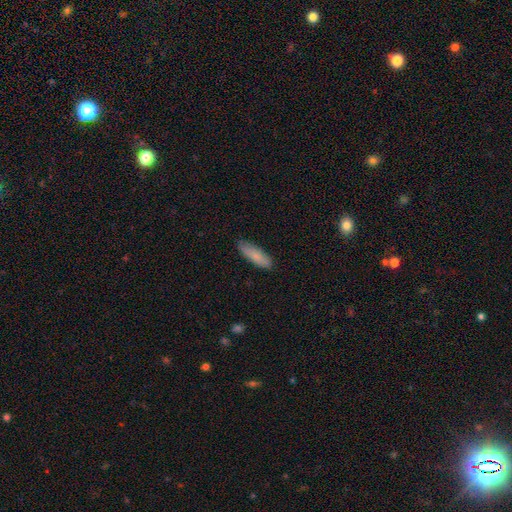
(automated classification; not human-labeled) This appears to be a smooth galaxy with no disk features (82%) that is cigar-shaped (55%). Merging: none (85%).